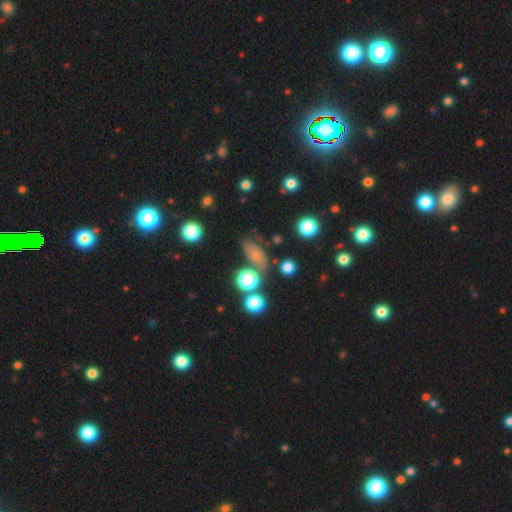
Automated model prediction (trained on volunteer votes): Smooth or featured? smooth (64%)
How rounded? in between (67%)
Merging? none (57%)